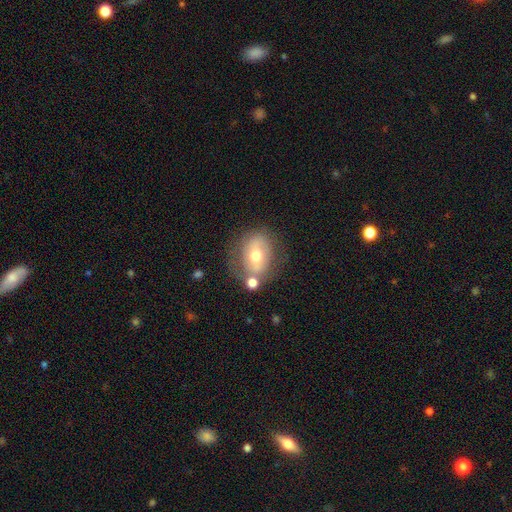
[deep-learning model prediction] The model was most divided on "smooth or featured": smooth: 47%, featured or disk: 44%, star or artifact: 9%. More confident: merging — none (61%).